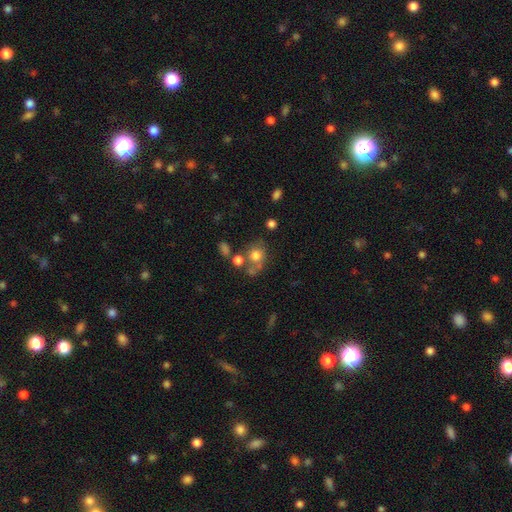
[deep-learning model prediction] Morphology: type=smooth (72%); roundness=round (74%); merging=none (49%).